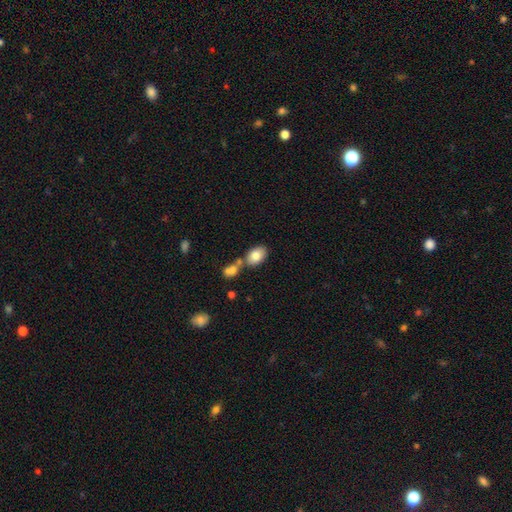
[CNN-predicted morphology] Smooth or featured? Predicted: smooth (p=0.80). How rounded? Predicted: in between (p=0.85). Merging? Predicted: none (p=0.50).